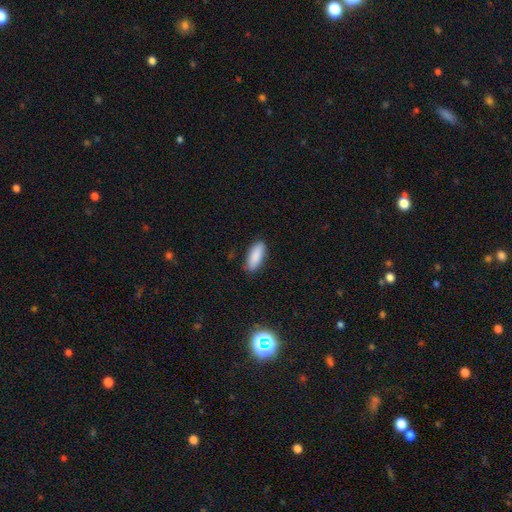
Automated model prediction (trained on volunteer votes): This appears to be a smooth galaxy with no disk features (89%) that is in between round and cigar-shaped (75%). Merging: none (86%).